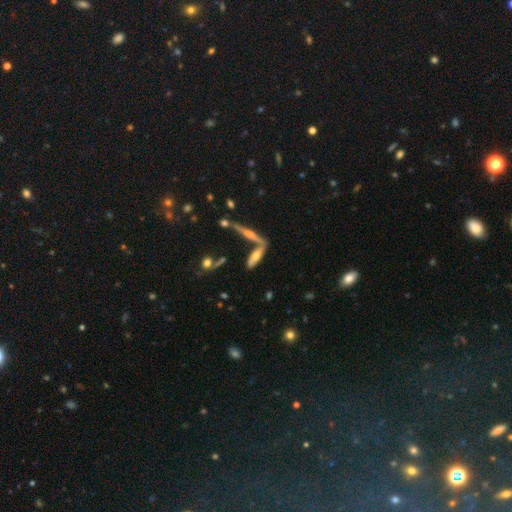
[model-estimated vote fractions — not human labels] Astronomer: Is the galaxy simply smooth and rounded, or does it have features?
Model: featured or disk — 47% (runner-up: smooth, 43%).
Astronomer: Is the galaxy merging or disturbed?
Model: none — 48% (runner-up: merger, 35%).